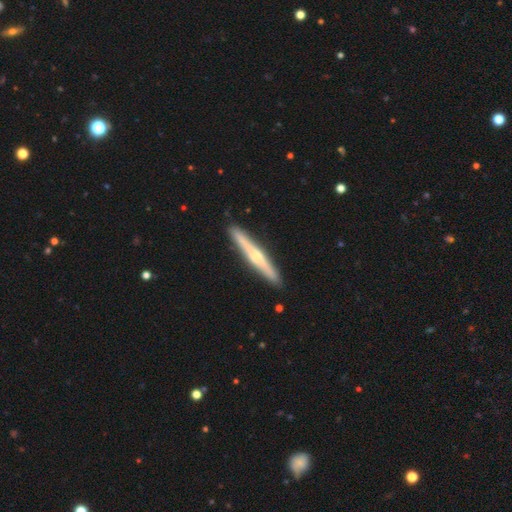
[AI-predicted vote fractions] Overall: featured or disk (66%; smooth 29%). Edge-on disk: yes (97%). Edge-on bulge: rounded (85%). Merging: none (92%).